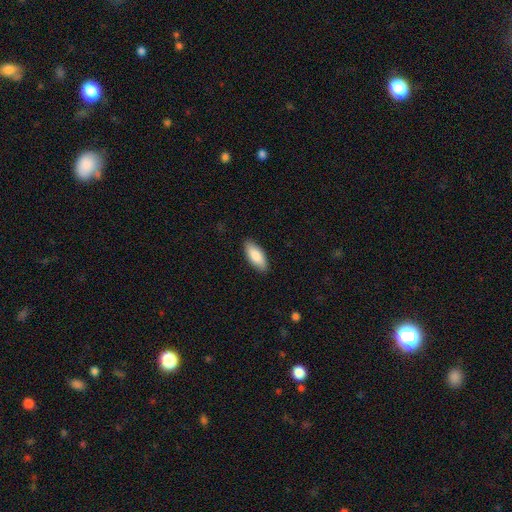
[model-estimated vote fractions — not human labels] A smooth galaxy with no disk features (86%) that is in between round and cigar-shaped (82%). Merging: none (88%).